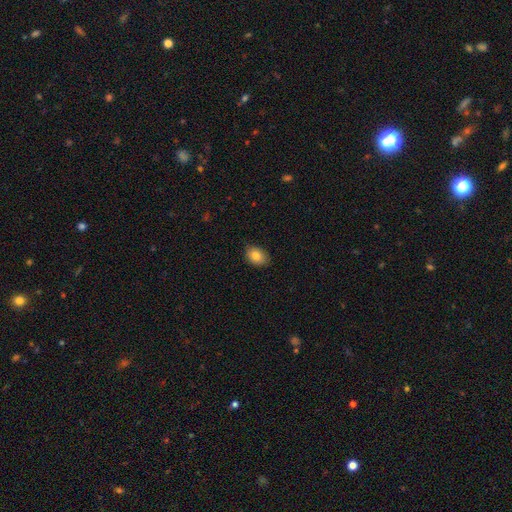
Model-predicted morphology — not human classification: Smooth or featured? smooth (82%)
How rounded? in between (72%)
Merging? none (84%)